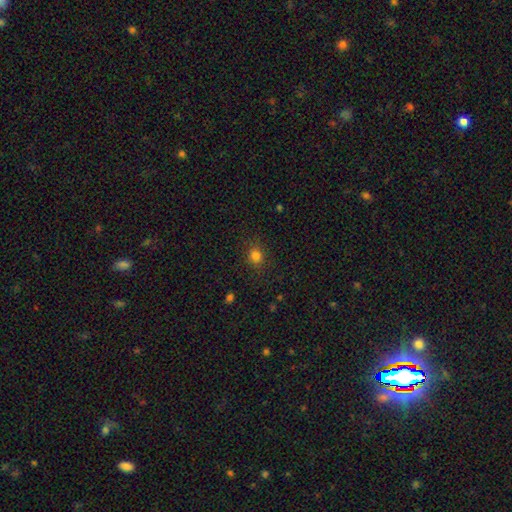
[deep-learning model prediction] smooth-or-featured: smooth: 81% | star or artifact: 14% | featured or disk: 5%
  how-rounded: round: 73% | in between: 26% | cigar-shaped: 1%
  merging: none: 85% | minor disturbance: 10% | major disturbance: 4% | merger: 1%